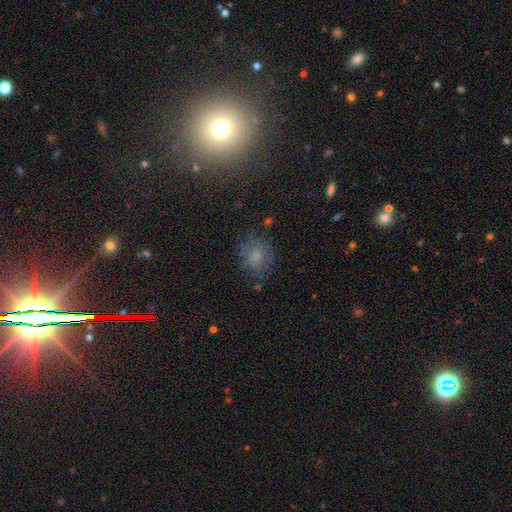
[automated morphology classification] A smooth galaxy with no disk features (62%) that is round (64%). Merging: none (67%).